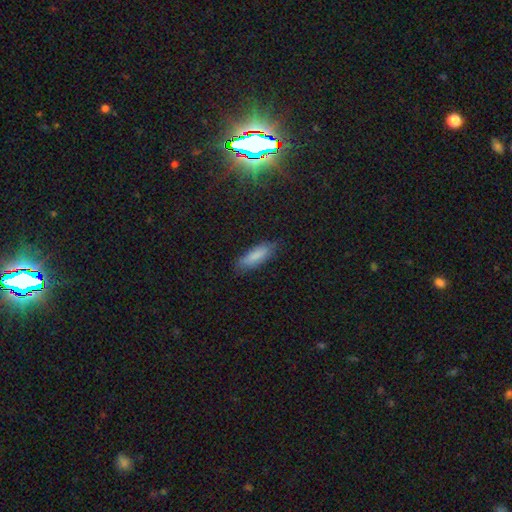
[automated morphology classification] A smooth galaxy with no disk features (83%) that is in between round and cigar-shaped (53%).

Vote fractions:
- Smooth or featured? smooth: 83% / featured or disk: 10% / star or artifact: 7%
- How rounded? in between: 53% / cigar-shaped: 45% / round: 2%
- Merging? none: 82% / minor disturbance: 14% / major disturbance: 3% / merger: 1%